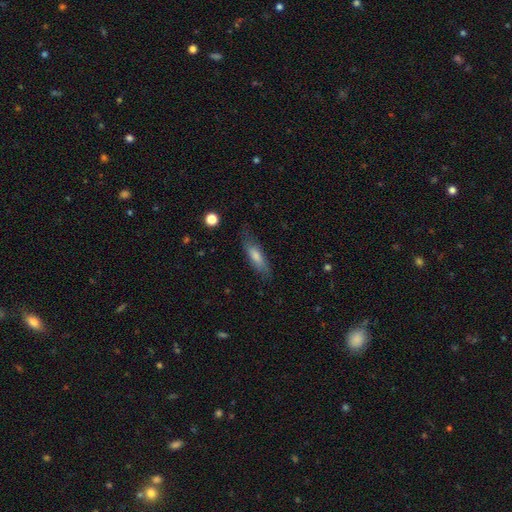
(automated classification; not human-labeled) Smooth or featured?
  - smooth: 57% *
  - featured or disk: 34%
  - star or artifact: 9%
How rounded?
  - cigar-shaped: 67% *
  - in between: 31%
  - round: 2%
Merging?
  - none: 77% *
  - minor disturbance: 17%
  - major disturbance: 5%
  - merger: 1%